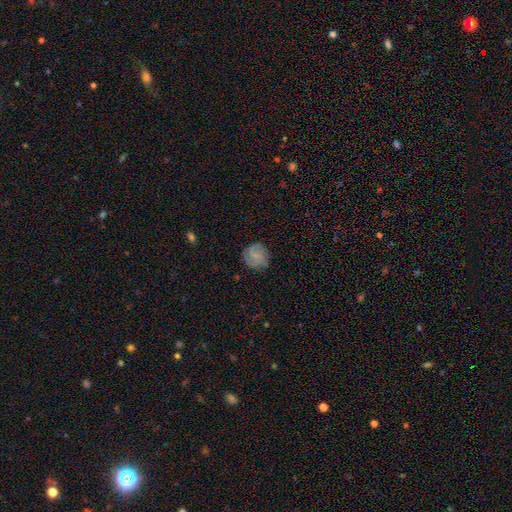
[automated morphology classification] Smooth or featured? featured or disk (49%)
Merging? none (79%)